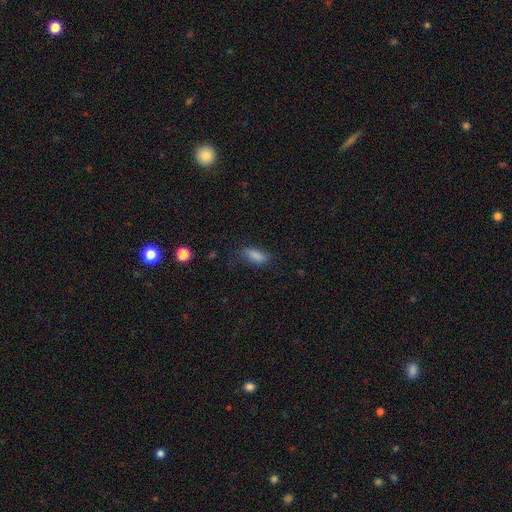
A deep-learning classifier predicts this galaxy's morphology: Smooth or featured?
  - smooth: 84% *
  - star or artifact: 9%
  - featured or disk: 7%
How rounded?
  - in between: 81% *
  - cigar-shaped: 16%
  - round: 3%
Merging?
  - none: 59% *
  - minor disturbance: 26%
  - major disturbance: 13%
  - merger: 2%